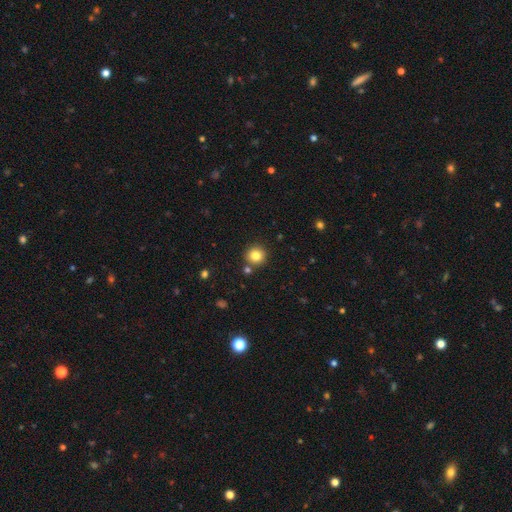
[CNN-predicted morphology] A smooth galaxy with no disk features (82%) that is round (93%).

Vote fractions:
- Smooth or featured? smooth: 82% / star or artifact: 12% / featured or disk: 6%
- How rounded? round: 93% / in between: 6% / cigar-shaped: 1%
- Merging? none: 84% / merger: 7% / minor disturbance: 7% / major disturbance: 2%